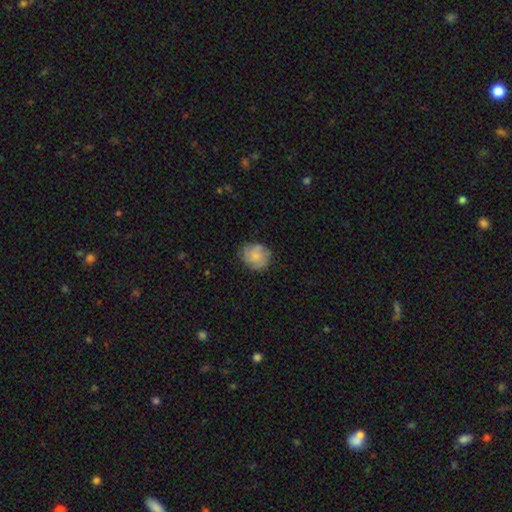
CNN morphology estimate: smooth-or-featured: smooth: 68% | featured or disk: 24% | star or artifact: 8%
  how-rounded: round: 80% | in between: 19% | cigar-shaped: 1%
  merging: none: 75% | minor disturbance: 18% | major disturbance: 5% | merger: 1%